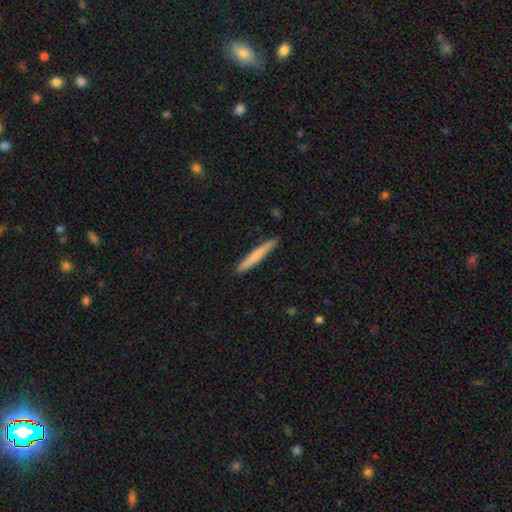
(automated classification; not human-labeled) smooth_or_featured: smooth (p=0.68) [alt: featured or disk p=0.27]
how_rounded: cigar-shaped (p=0.96) [alt: in between p=0.03]
merging: none (p=0.90) [alt: minor disturbance p=0.07]